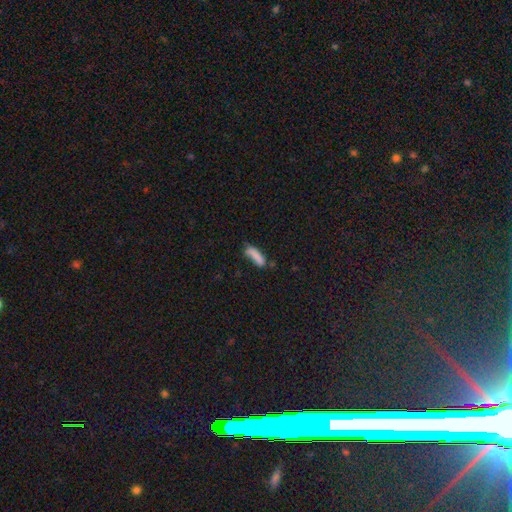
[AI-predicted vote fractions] This is clearly a smooth galaxy (80%). How rounded: likely cigar-shaped (61%). Merging: possibly none (52%).